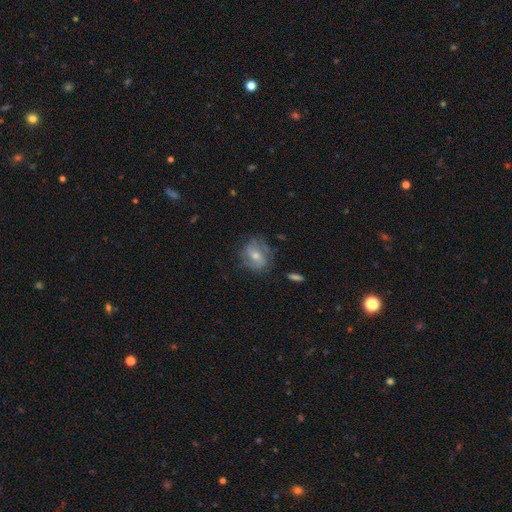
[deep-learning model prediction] This is possibly a featured or disk galaxy (54%). It is clearly not viewed edge-on (95%). Bar: marginally no (43%). Spiral arm pattern: likely yes (67%). Central bulge: possibly moderate (58%). Merging: likely none (63%).